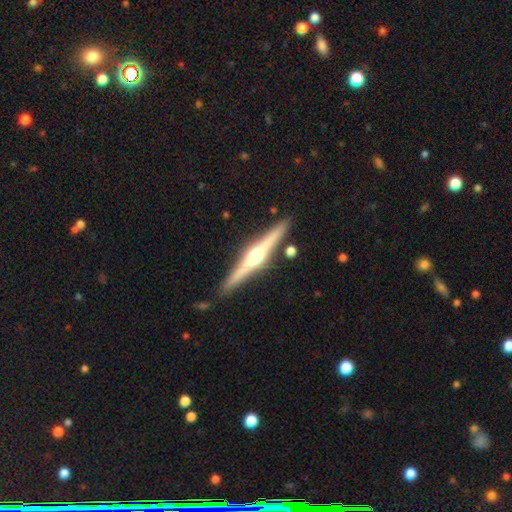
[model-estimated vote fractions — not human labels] Overall: featured or disk (78%). Edge-on disk: yes (98%). Edge-on bulge: rounded (95%). Merging: none (88%).